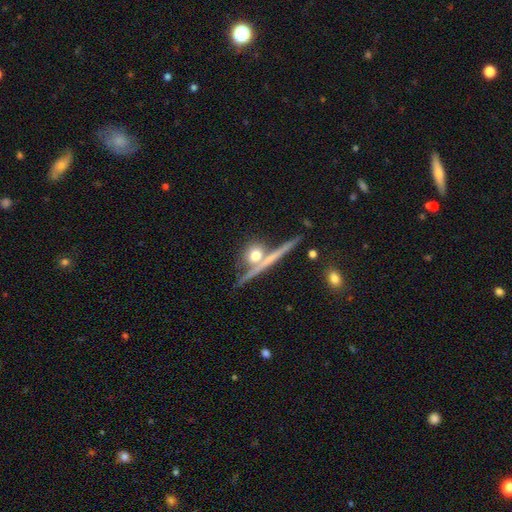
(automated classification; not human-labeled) Morphology: type=smooth (57%); roundness=round (68%); merging=none (60%).